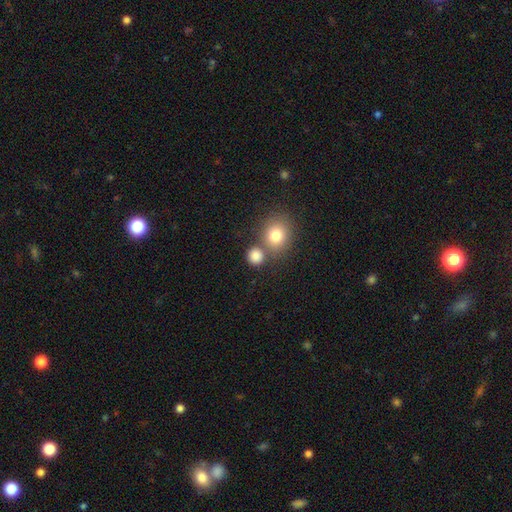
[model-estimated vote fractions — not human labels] smooth-or-featured: smooth: 84% | star or artifact: 11% | featured or disk: 6%
  how-rounded: round: 85% | in between: 14% | cigar-shaped: 1%
  merging: none: 67% | merger: 21% | minor disturbance: 9% | major disturbance: 4%